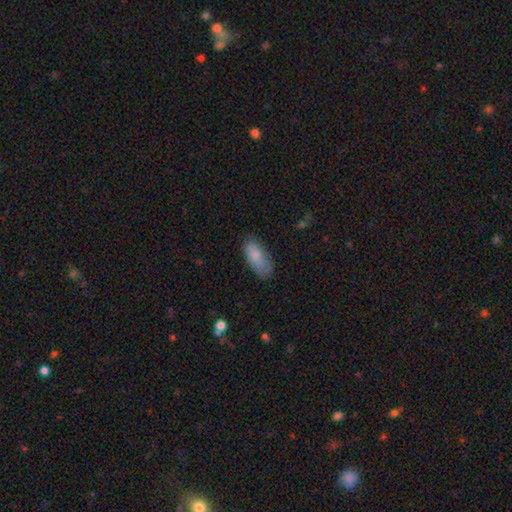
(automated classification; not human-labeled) smooth_or_featured: smooth (p=0.81) [alt: featured or disk p=0.12]
how_rounded: in between (p=0.87) [alt: cigar-shaped p=0.11]
merging: none (p=0.67) [alt: minor disturbance p=0.25]